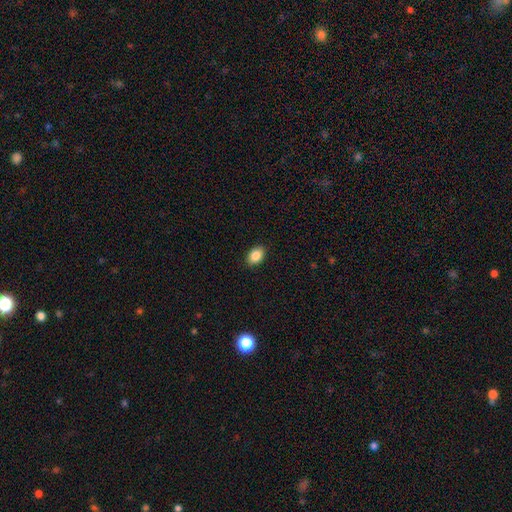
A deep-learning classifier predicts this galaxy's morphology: A smooth galaxy with no disk features (87%) that is in between round and cigar-shaped (81%). Merging: none (89%).